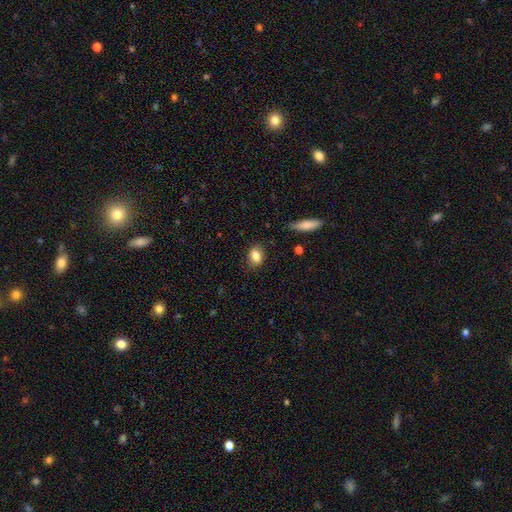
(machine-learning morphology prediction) smooth_or_featured: smooth (p=0.83) [alt: featured or disk p=0.08]
how_rounded: in between (p=0.76) [alt: round p=0.21]
merging: none (p=0.82) [alt: minor disturbance p=0.14]